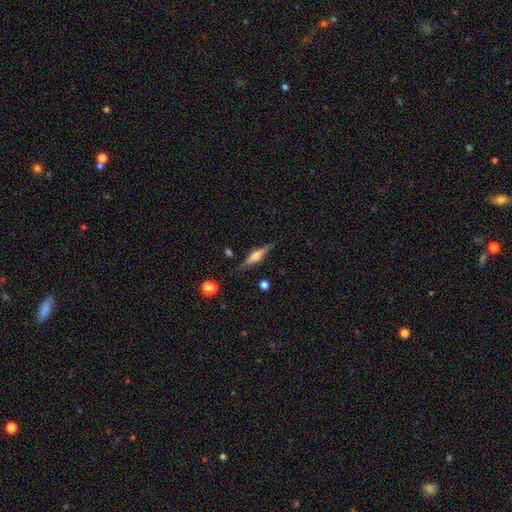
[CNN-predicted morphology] Smooth or featured? Predicted: featured or disk (p=0.72). Edge-on disk? Predicted: yes (p=0.97). Edge-on bulge? Predicted: rounded (p=0.77). Merging? Predicted: none (p=0.86).